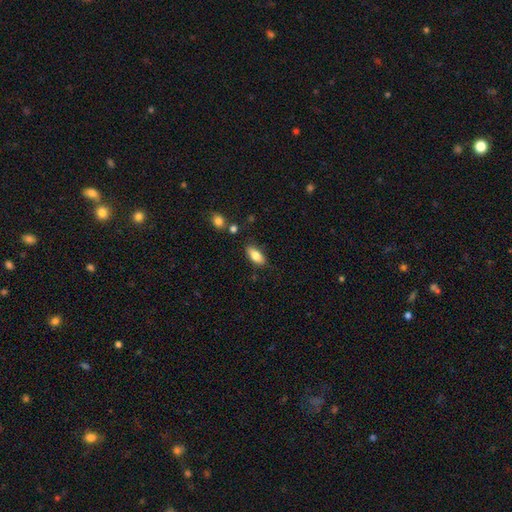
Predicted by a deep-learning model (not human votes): smooth_or_featured: smooth (p=0.81) [alt: featured or disk p=0.12]
how_rounded: in between (p=0.86) [alt: cigar-shaped p=0.11]
merging: none (p=0.80) [alt: minor disturbance p=0.14]